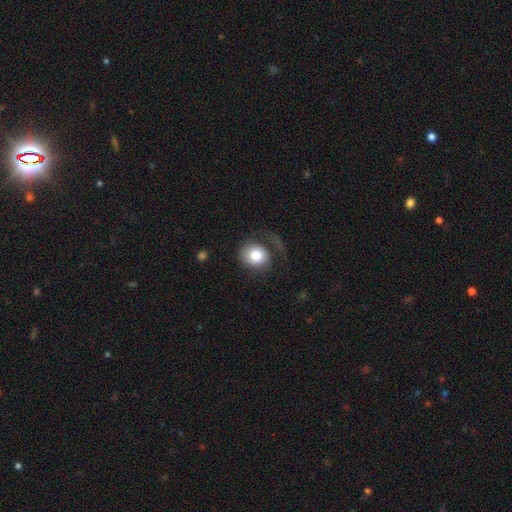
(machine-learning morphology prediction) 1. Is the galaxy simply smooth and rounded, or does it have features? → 77% smooth, 16% featured or disk, 7% star or artifact.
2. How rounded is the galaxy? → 74% round, 25% in between, 1% cigar-shaped.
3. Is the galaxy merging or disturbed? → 52% none, 26% major disturbance, 20% minor disturbance, 2% merger.